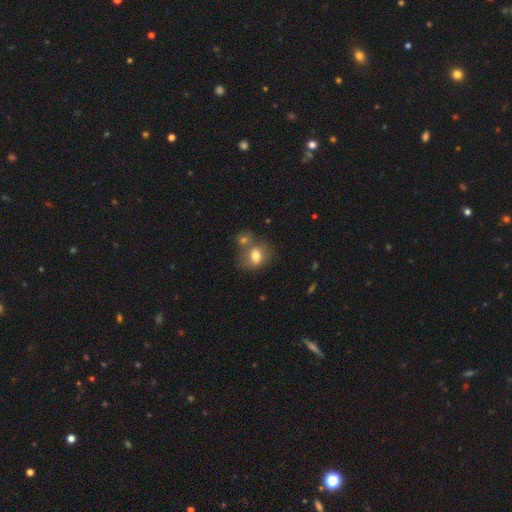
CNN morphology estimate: A smooth galaxy with no disk features (74%) that is in between round and cigar-shaped (61%).

Vote fractions:
- Smooth or featured? smooth: 74% / featured or disk: 17% / star or artifact: 10%
- How rounded? in between: 61% / round: 38% / cigar-shaped: 2%
- Merging? none: 43% / merger: 38% / minor disturbance: 14% / major disturbance: 6%